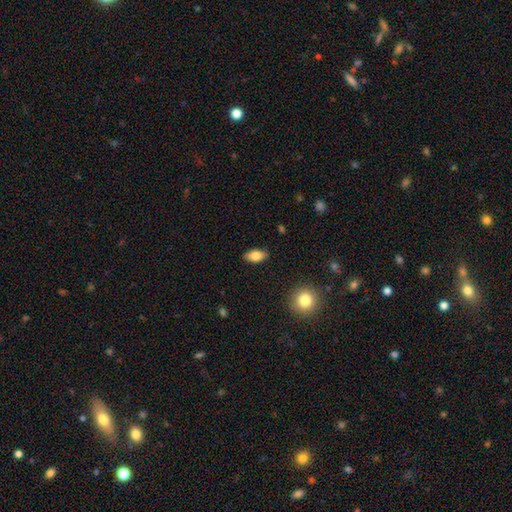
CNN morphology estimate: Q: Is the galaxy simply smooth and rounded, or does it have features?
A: smooth — 80%.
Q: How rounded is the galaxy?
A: in between — 89%.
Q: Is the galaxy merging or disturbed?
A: none — 88%.